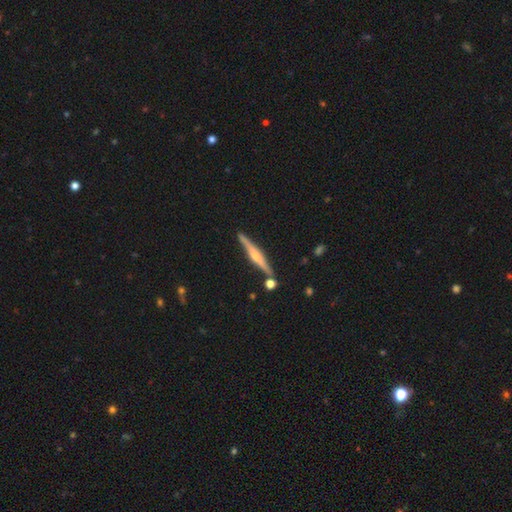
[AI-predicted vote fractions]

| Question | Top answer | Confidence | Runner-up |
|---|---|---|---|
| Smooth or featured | featured or disk | 73% | smooth (20%) |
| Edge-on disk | yes | 98% | no (2%) |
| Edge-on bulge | rounded | 83% | boxy (10%) |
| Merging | none | 85% | minor disturbance (8%) |